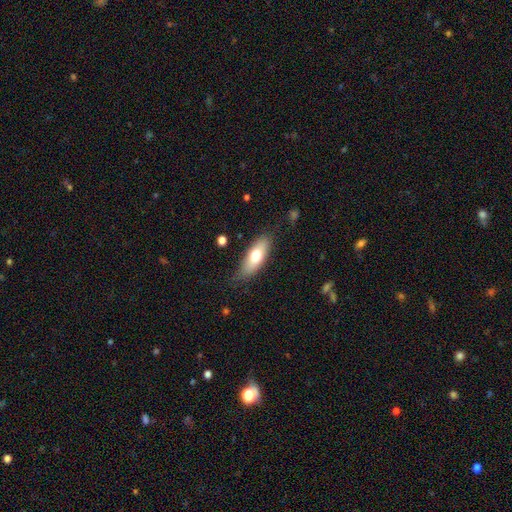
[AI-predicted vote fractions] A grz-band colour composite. It shows a smooth galaxy with no disk features (67%) that is in between round and cigar-shaped (72%). Merging: none (78%).